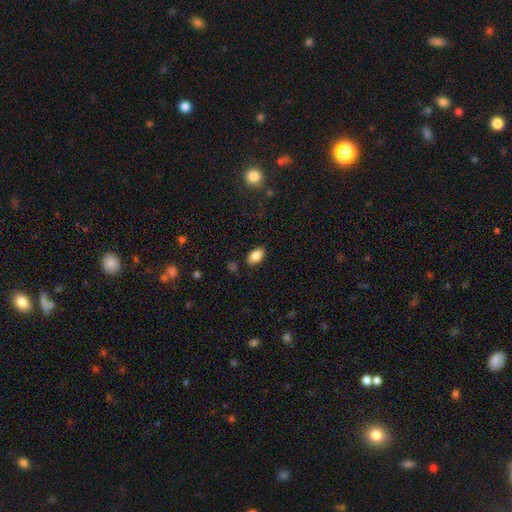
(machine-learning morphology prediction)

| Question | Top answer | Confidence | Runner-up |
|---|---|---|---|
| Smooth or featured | smooth | 83% | featured or disk (8%) |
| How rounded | in between | 92% | round (5%) |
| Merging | none | 85% | minor disturbance (10%) |